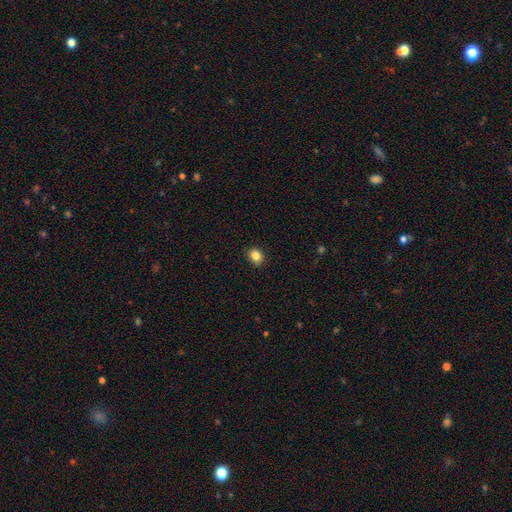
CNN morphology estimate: Smooth or featured: smooth — 85% (star or artifact — 10%)
How rounded: round — 66% (in between — 33%)
Merging: none — 90% (minor disturbance — 7%)